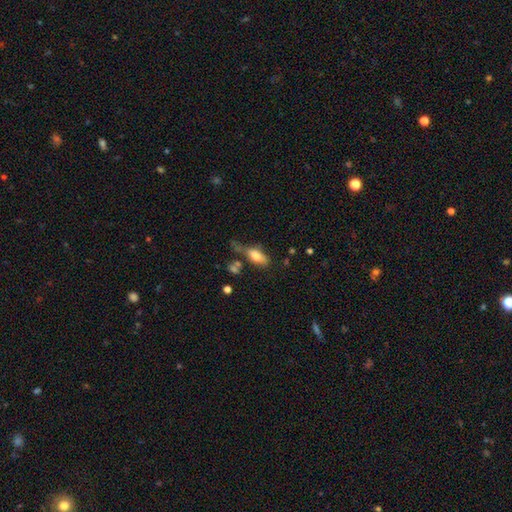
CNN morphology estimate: Smooth or featured: smooth — 72% (featured or disk — 20%)
How rounded: in between — 76% (cigar-shaped — 20%)
Merging: none — 42% (minor disturbance — 27%)